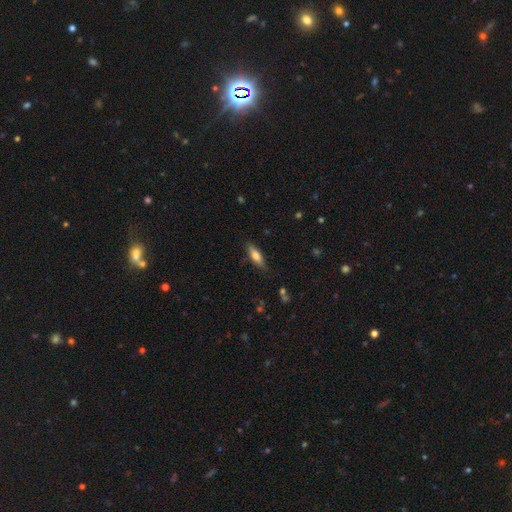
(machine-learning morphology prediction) Smooth or featured?
  - smooth: 71% *
  - featured or disk: 23%
  - star or artifact: 7%
How rounded?
  - in between: 50% *
  - cigar-shaped: 48%
  - round: 2%
Merging?
  - none: 82% *
  - minor disturbance: 14%
  - major disturbance: 3%
  - merger: 1%